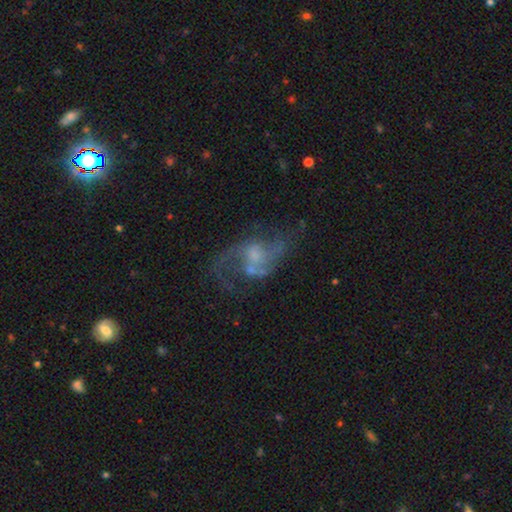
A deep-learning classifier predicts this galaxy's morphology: smooth_or_featured: featured or disk (p=0.78) [alt: smooth p=0.13]
disk_edge_on: no (p=0.97) [alt: yes p=0.03]
bar: no (p=0.59) [alt: weak p=0.35]
has_spiral_arms: yes (p=0.85) [alt: no p=0.15]
spiral_winding: loose (p=0.58) [alt: medium p=0.34]
spiral_arm_count: 2 (p=0.77) [alt: can't tell p=0.09]
bulge_size: small (p=0.37) [alt: moderate p=0.34]
merging: none (p=0.46) [alt: major disturbance p=0.27]